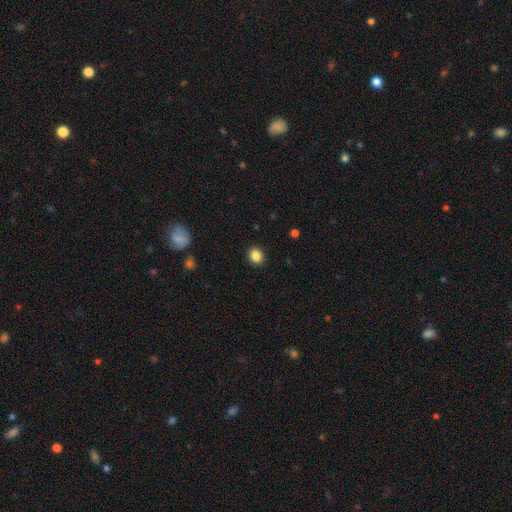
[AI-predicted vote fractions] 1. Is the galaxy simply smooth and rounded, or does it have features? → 86% smooth, 10% star or artifact, 4% featured or disk.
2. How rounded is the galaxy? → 65% round, 34% in between, 1% cigar-shaped.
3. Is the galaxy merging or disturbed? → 91% none, 6% minor disturbance, 2% major disturbance, 1% merger.